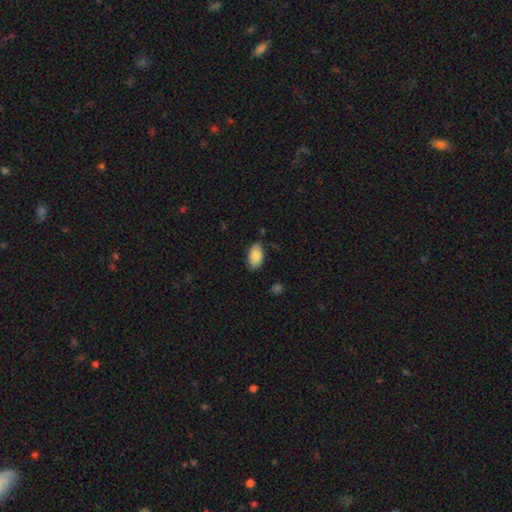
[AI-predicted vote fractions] Overall: smooth (86%). How rounded: in between (94%). Merging: none (82%).